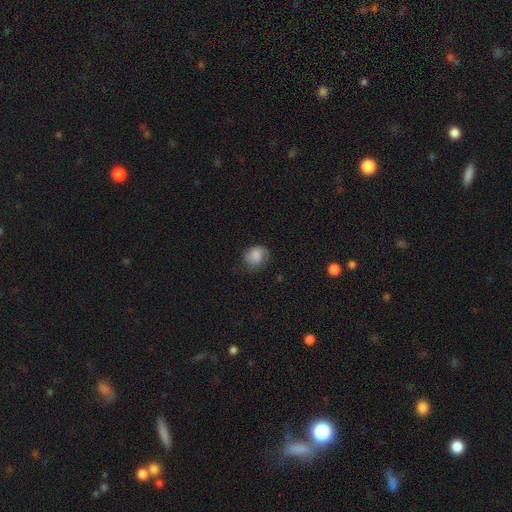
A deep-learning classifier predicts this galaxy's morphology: This appears to be a smooth galaxy with no disk features (77%) that is round (62%). Merging: none (62%).